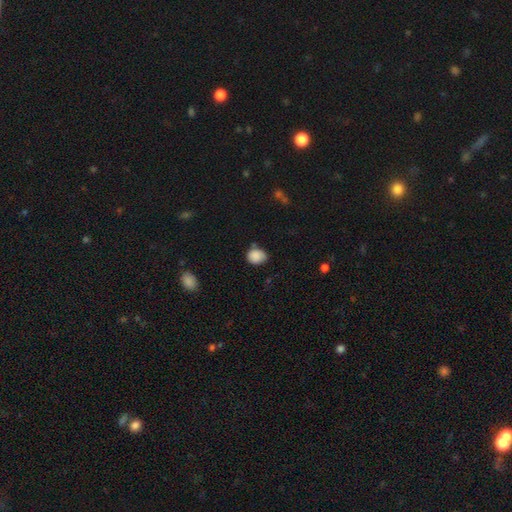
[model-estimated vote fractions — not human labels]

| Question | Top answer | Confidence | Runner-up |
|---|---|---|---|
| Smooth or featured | smooth | 87% | star or artifact (8%) |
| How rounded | round | 60% | in between (39%) |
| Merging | none | 65% | minor disturbance (25%) |